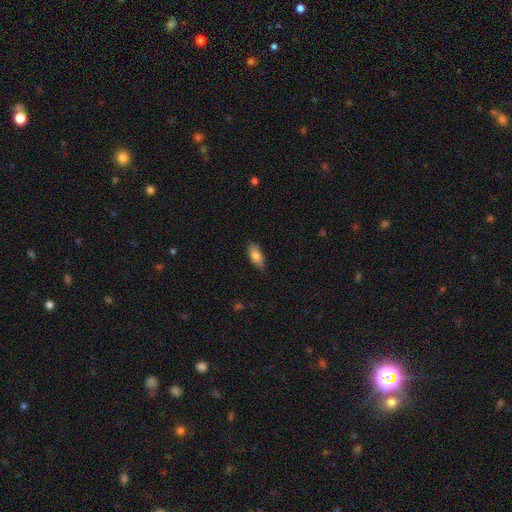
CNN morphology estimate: Smooth or featured? Predicted: smooth (p=0.82). How rounded? Predicted: in between (p=0.89). Merging? Predicted: none (p=0.78).